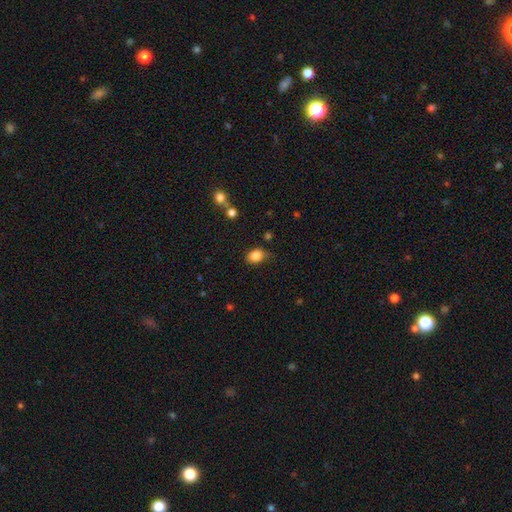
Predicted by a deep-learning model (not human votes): Morphology: type=smooth (85%); roundness=in between (61%); merging=none (66%).